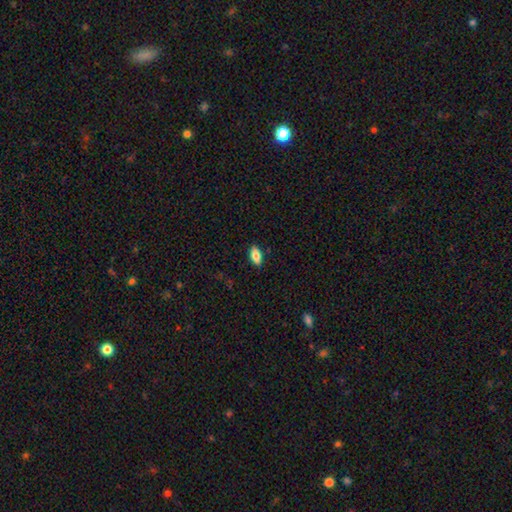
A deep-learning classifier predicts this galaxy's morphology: A smooth galaxy with no disk features (78%) that is in between round and cigar-shaped (87%). Merging: none (88%).